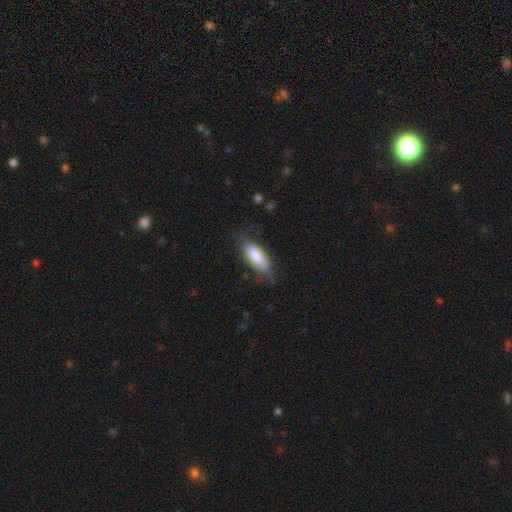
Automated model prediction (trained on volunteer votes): Smooth or featured: smooth — 74% (featured or disk — 20%)
How rounded: in between — 77% (cigar-shaped — 21%)
Merging: none — 61% (minor disturbance — 27%)